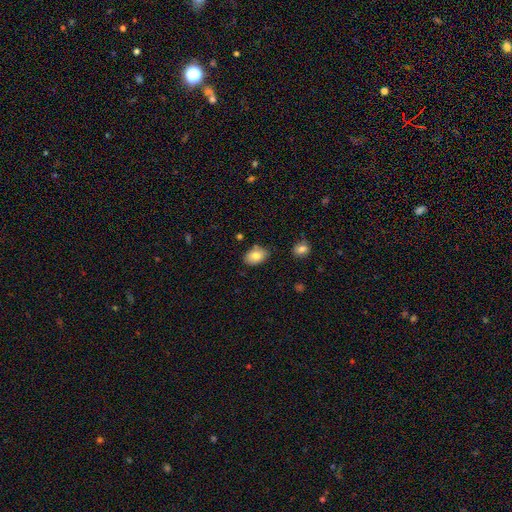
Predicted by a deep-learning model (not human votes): Smooth or featured? Predicted: smooth (p=0.81). How rounded? Predicted: in between (p=0.84). Merging? Predicted: none (p=0.79).